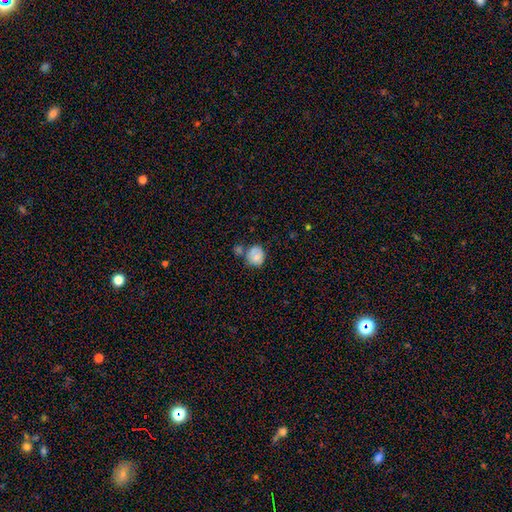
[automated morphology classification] smooth_or_featured: smooth (p=0.75) [alt: featured or disk p=0.16]
how_rounded: round (p=0.77) [alt: in between p=0.22]
merging: none (p=0.51) [alt: merger p=0.22]